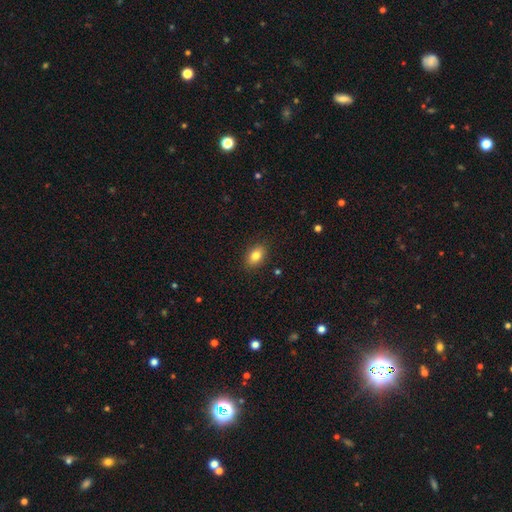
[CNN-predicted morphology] Smooth or featured?
  - smooth: 82% *
  - featured or disk: 9%
  - star or artifact: 9%
How rounded?
  - in between: 84% *
  - round: 14%
  - cigar-shaped: 2%
Merging?
  - none: 88% *
  - minor disturbance: 9%
  - major disturbance: 2%
  - merger: 1%